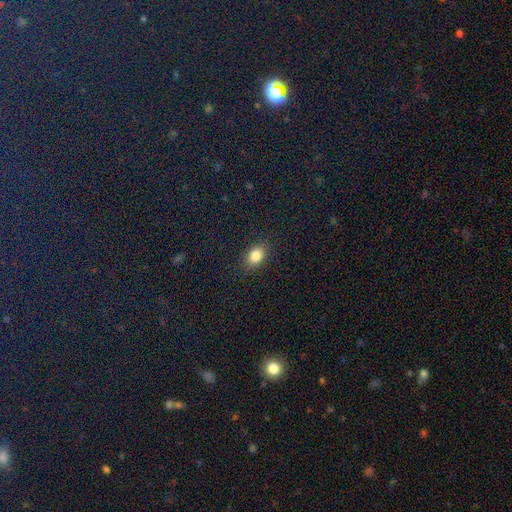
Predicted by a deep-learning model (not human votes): This is clearly a smooth galaxy (84%). How rounded: likely in between (66%). Merging: clearly none (86%).